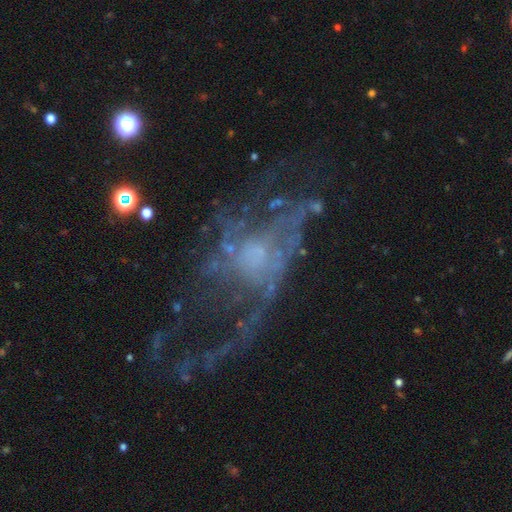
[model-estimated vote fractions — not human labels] A featured or disk galaxy (77%) with no bar (76%), loose (59%) spiral arms (72%) and a small central bulge (43%).

Vote fractions:
- Smooth or featured? featured or disk: 77% / star or artifact: 13% / smooth: 10%
- Edge-on disk? no: 94% / yes: 6%
- Bar? no: 76% / weak: 19% / strong: 4%
- Spiral arms? yes: 72% / no: 28%
- Spiral winding? loose: 59% / medium: 28% / tight: 12%
- Spiral arm count? can't tell: 37% / 2: 28% / 1: 11% / 3: 10% / 4: 7% / more than 4: 6%
- Bulge size? small: 43% / moderate: 28% / none: 21% / large: 6% / dominant: 2%
- Merging? major disturbance: 43% / none: 37% / minor disturbance: 15% / merger: 5%